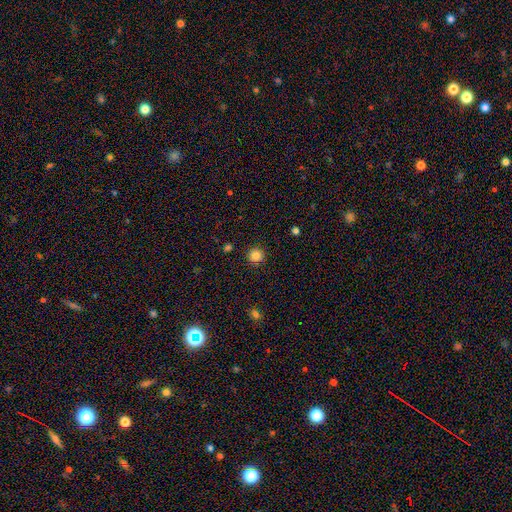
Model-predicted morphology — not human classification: The model was most divided on "smooth or featured": smooth: 84%, star or artifact: 11%, featured or disk: 5%. More confident: how rounded — round (95%); merging — none (92%).